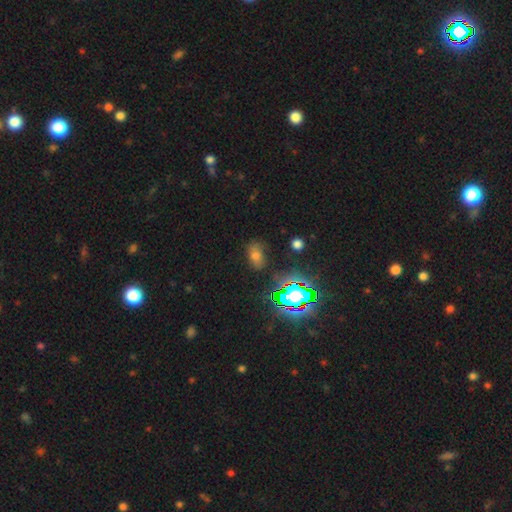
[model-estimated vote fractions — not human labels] Smooth or featured?
  - smooth: 56% *
  - star or artifact: 31%
  - featured or disk: 13%
How rounded?
  - in between: 84% *
  - round: 14%
  - cigar-shaped: 3%
Merging?
  - none: 71% *
  - minor disturbance: 18%
  - major disturbance: 7%
  - merger: 3%